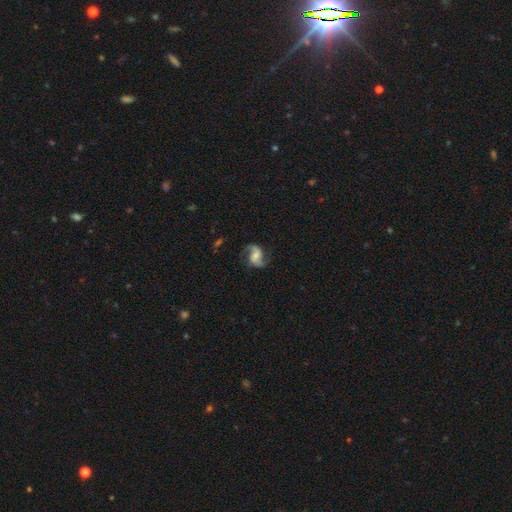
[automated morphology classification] Overall: featured or disk (84%). Edge-on disk: no (98%). Bar: weak (43%; no 39%). Spiral arms: yes (96%). Spiral arm count: 2 (92%). Spiral winding: loose (52%; medium 38%). Bulge size: moderate (42%; small 39%). Merging: none (75%).